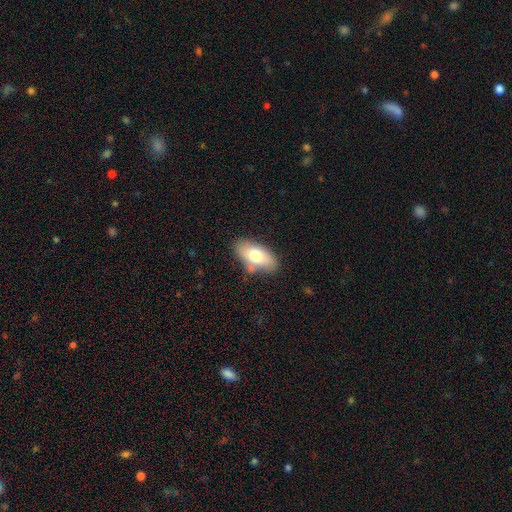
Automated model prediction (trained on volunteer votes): A smooth galaxy with no disk features (70%) that is in between round and cigar-shaped (91%). Merging: none (71%).